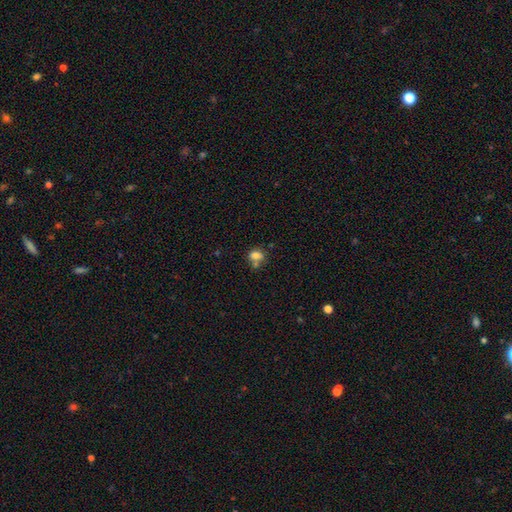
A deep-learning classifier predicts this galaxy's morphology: smooth 78%, star or artifact 12%, featured or disk 10%. Down the decision tree: how rounded — in between (51%); merging — none (46%).